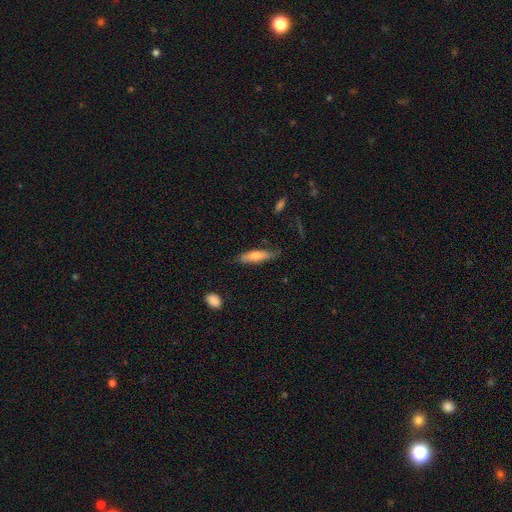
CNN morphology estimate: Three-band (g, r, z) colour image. It shows a smooth galaxy with no disk features (63%) that is cigar-shaped (75%). Merging: none (76%).